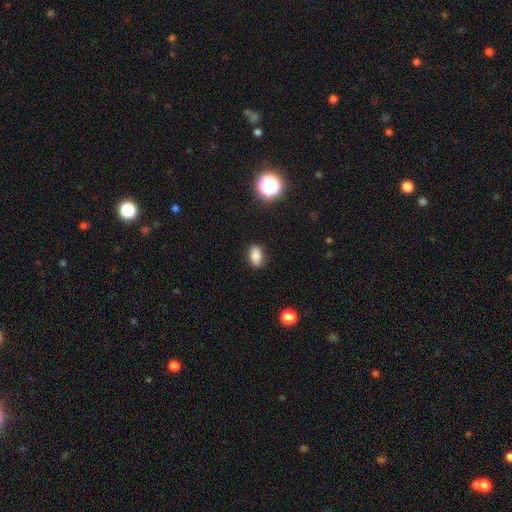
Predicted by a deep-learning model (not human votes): smooth_or_featured: smooth (p=0.80) [alt: star or artifact p=0.12]
how_rounded: in between (p=0.84) [alt: round p=0.14]
merging: none (p=0.82) [alt: minor disturbance p=0.14]